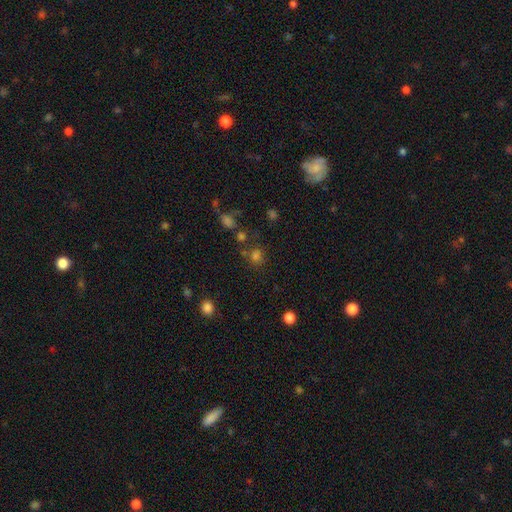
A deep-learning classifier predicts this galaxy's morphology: Smooth or featured? Predicted: smooth (p=0.68). How rounded? Predicted: round (p=0.79). Merging? Predicted: none (p=0.67).